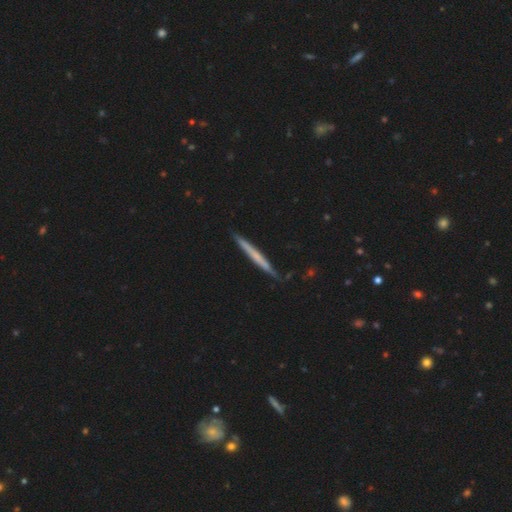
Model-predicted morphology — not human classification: type=smooth (49%); merging=none (86%).